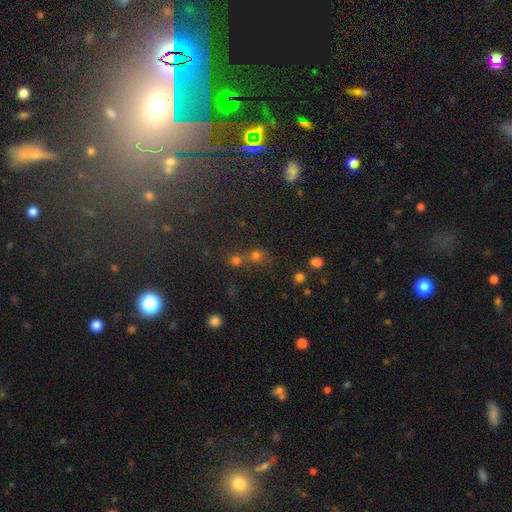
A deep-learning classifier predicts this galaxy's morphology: Smooth or featured: smooth — 57% (star or artifact — 33%)
How rounded: round — 83% (in between — 15%)
Merging: none — 49% (merger — 38%)